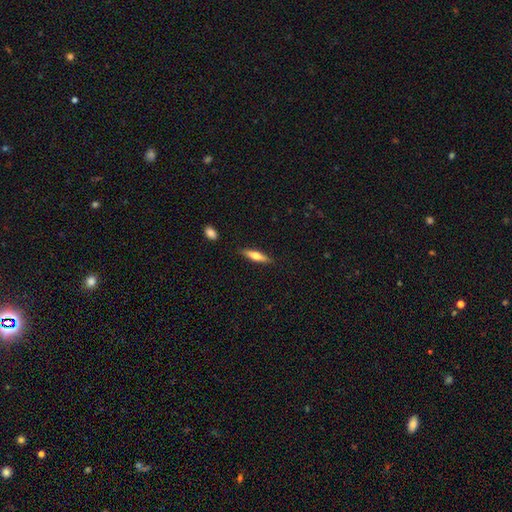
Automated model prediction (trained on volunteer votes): smooth-or-featured: smooth: 57% | featured or disk: 37% | star or artifact: 6%
  how-rounded: cigar-shaped: 72% | in between: 26% | round: 2%
  merging: none: 87% | minor disturbance: 9% | major disturbance: 2% | merger: 2%